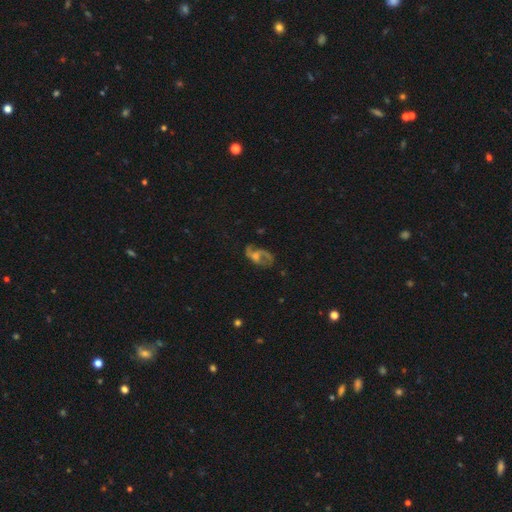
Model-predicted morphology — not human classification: Smooth or featured: featured or disk — 74% (smooth — 15%)
Edge-on disk: no — 96% (yes — 4%)
Bar: no — 55% (weak — 36%)
Spiral arms: yes — 84% (no — 16%)
Spiral winding: loose — 47% (medium — 40%)
Spiral arm count: 2 — 75% (1 — 11%)
Bulge size: moderate — 45% (small — 33%)
Merging: none — 55% (major disturbance — 22%)